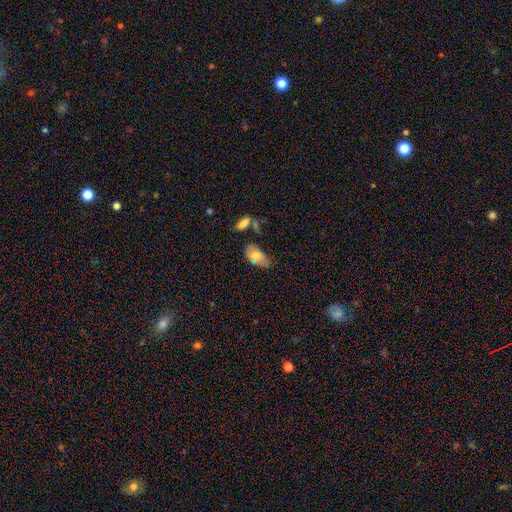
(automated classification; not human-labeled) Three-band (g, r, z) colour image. It shows a smooth galaxy with no disk features (72%) that is in between round and cigar-shaped (92%). Merging: none (42%).